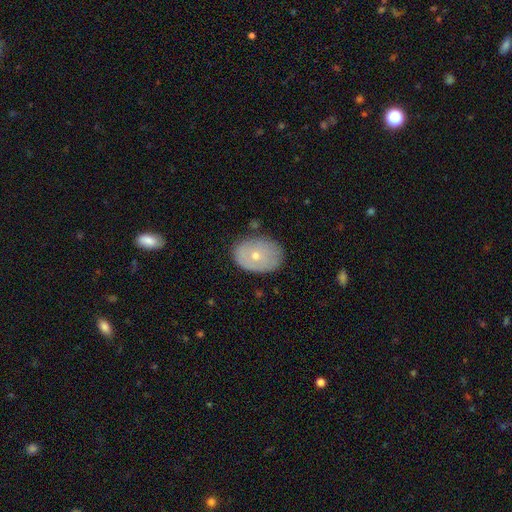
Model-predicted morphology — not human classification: The model was most divided on "smooth or featured": smooth: 54%, featured or disk: 38%, star or artifact: 8%. More confident: merging — none (74%); how rounded — in between (74%).